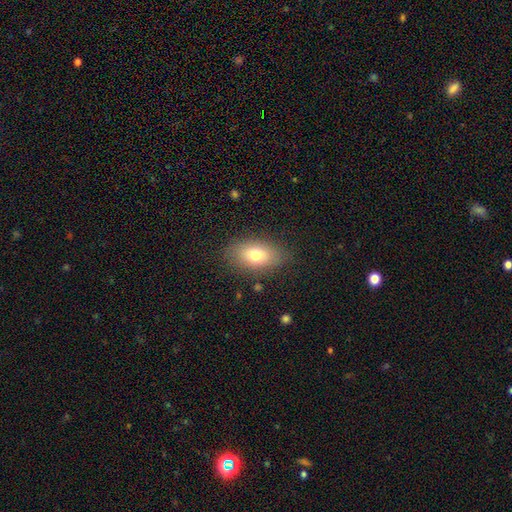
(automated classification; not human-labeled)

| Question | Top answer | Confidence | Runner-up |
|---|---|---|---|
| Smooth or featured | smooth | 74% | featured or disk (17%) |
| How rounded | in between | 87% | round (10%) |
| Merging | none | 82% | minor disturbance (13%) |